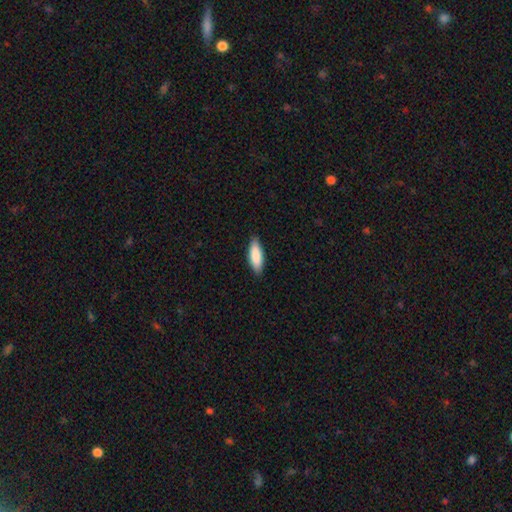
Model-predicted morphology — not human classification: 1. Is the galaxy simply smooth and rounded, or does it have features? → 87% smooth, 8% featured or disk, 5% star or artifact.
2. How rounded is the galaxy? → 59% in between, 40% cigar-shaped, 2% round.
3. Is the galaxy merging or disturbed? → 87% none, 10% minor disturbance, 2% major disturbance, 1% merger.